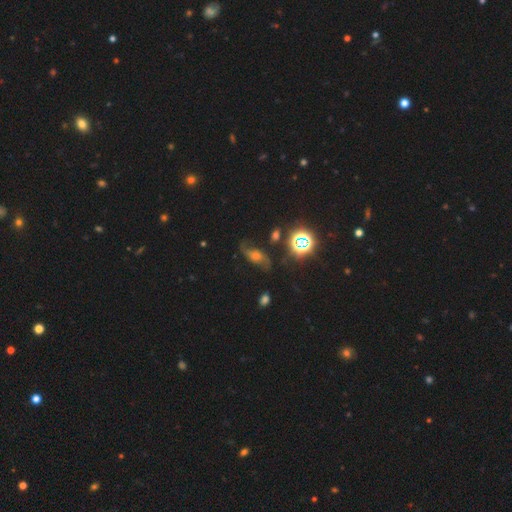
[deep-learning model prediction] Q: Smooth or featured?
A: featured or disk (62%); runner-up: star or artifact (21%)
Q: Edge-on disk?
A: no (88%); runner-up: yes (12%)
Q: Bar?
A: no (54%); runner-up: weak (35%)
Q: Spiral arms?
A: yes (91%); runner-up: no (9%)
Q: Bulge size?
A: moderate (45%); runner-up: small (22%)
Q: Merging?
A: none (69%); runner-up: minor disturbance (18%)